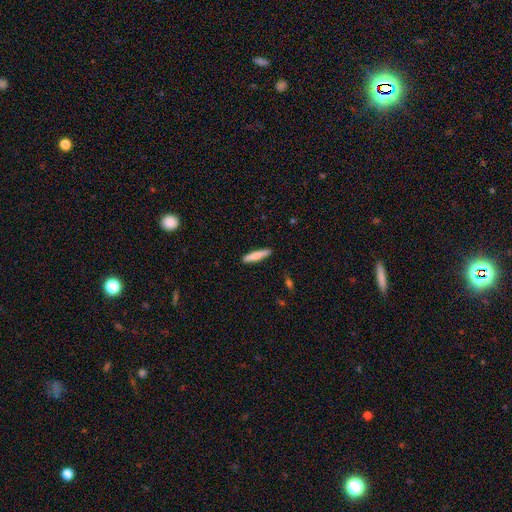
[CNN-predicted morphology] This is likely a smooth galaxy (80%). How rounded: clearly cigar-shaped (88%). Merging: clearly none (89%).